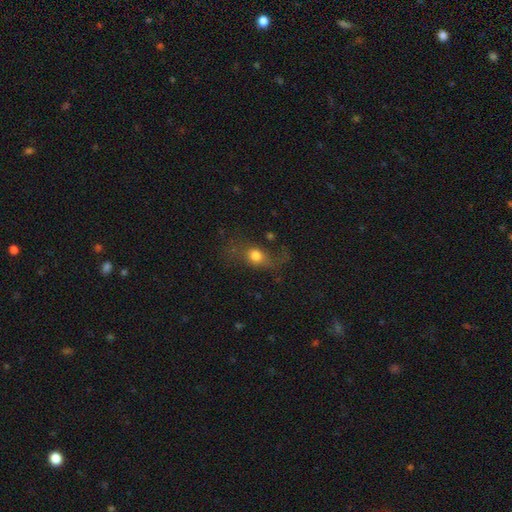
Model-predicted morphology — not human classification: Overall: smooth (63%). How rounded: round (51%; in between 43%). Merging: none (46%; major disturbance 30%).